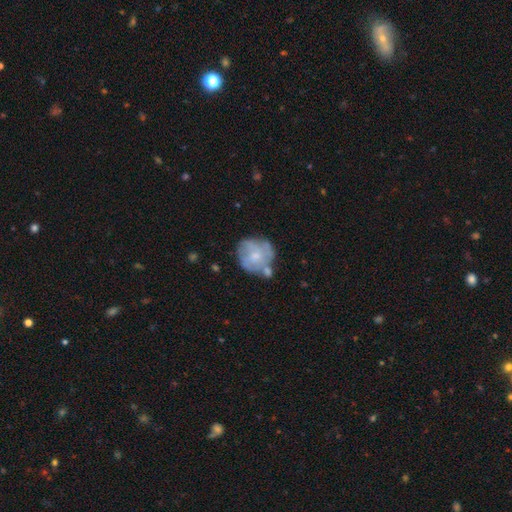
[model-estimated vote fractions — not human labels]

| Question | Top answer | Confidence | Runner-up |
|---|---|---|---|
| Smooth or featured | featured or disk | 53% | smooth (41%) |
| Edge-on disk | no | 98% | yes (2%) |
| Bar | no | 81% | weak (16%) |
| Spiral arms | yes | 50% | tied: no (50%) |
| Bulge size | moderate | 49% | small (39%) |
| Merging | none | 53% | minor disturbance (23%) |